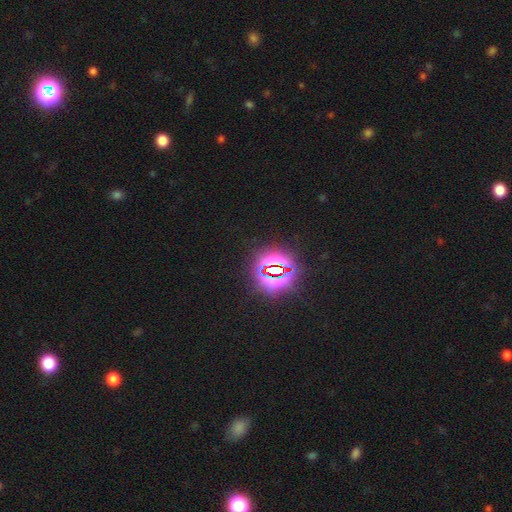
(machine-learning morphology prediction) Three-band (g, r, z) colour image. It shows a star or artifact, not a galaxy (81%).